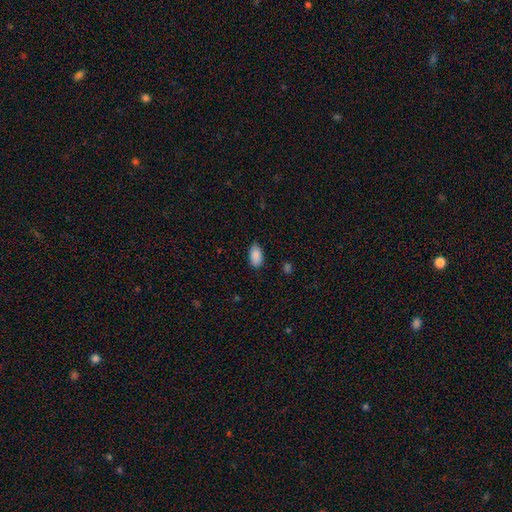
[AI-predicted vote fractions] This is clearly a smooth galaxy (89%). How rounded: clearly in between (94%). Merging: clearly none (83%).